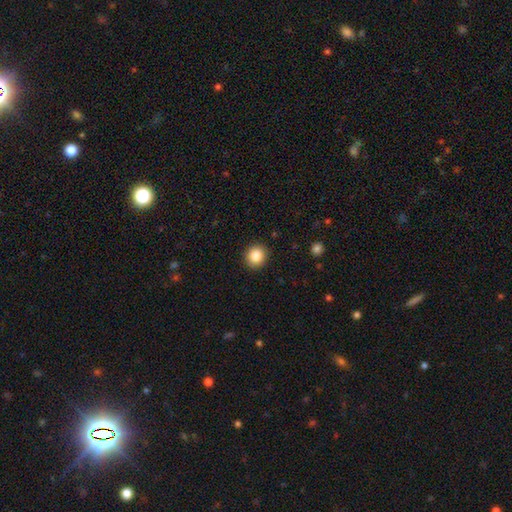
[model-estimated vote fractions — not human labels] This appears to be a smooth galaxy with no disk features (85%) that is round (86%). Merging: none (91%).